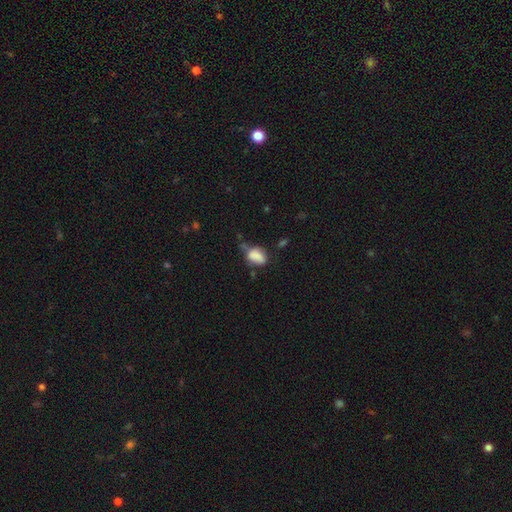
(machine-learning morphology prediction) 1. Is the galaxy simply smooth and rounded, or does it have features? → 79% smooth, 11% featured or disk, 9% star or artifact.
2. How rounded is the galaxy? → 78% in between, 20% round, 2% cigar-shaped.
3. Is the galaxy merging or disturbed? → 40% none, 35% minor disturbance, 15% major disturbance, 10% merger.